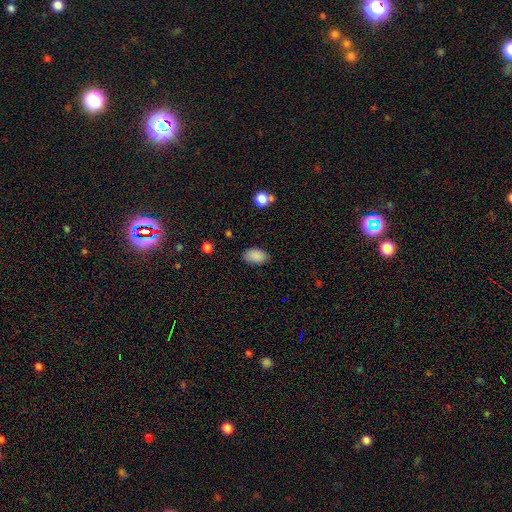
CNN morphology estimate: Smooth or featured? Predicted: smooth (p=0.88). How rounded? Predicted: in between (p=0.92). Merging? Predicted: none (p=0.83).